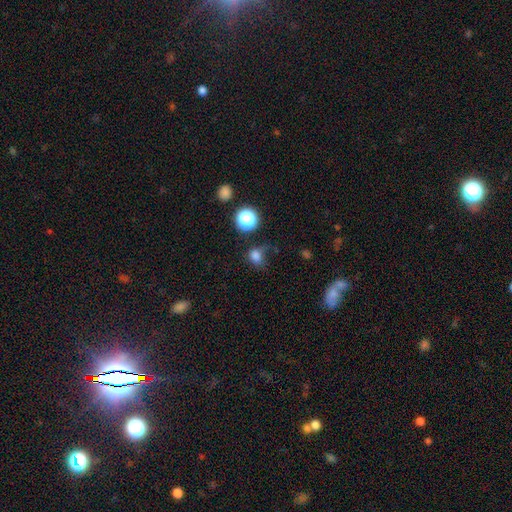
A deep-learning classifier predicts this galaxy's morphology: Smooth or featured? smooth (75%)
How rounded? round (61%)
Merging? none (47%)